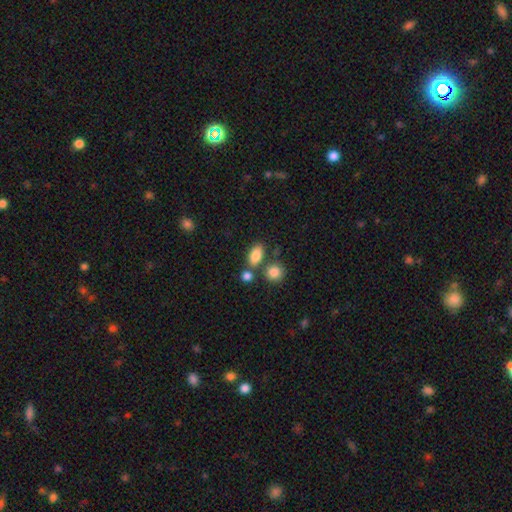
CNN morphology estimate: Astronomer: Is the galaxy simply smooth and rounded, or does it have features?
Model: smooth — 84%.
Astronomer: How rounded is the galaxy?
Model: in between — 85%.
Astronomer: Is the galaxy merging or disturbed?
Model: none — 64%.